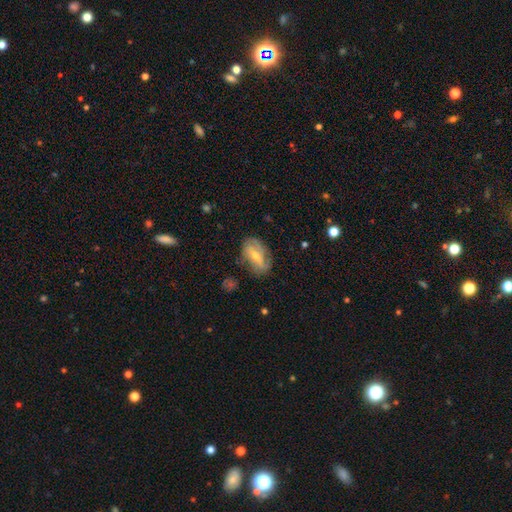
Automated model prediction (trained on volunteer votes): Morphology: type=featured or disk (57%); edge-on=no (92%); bar=weak (39%); spiral arms=yes (73%); bulge=small (49%); merging=none (65%).